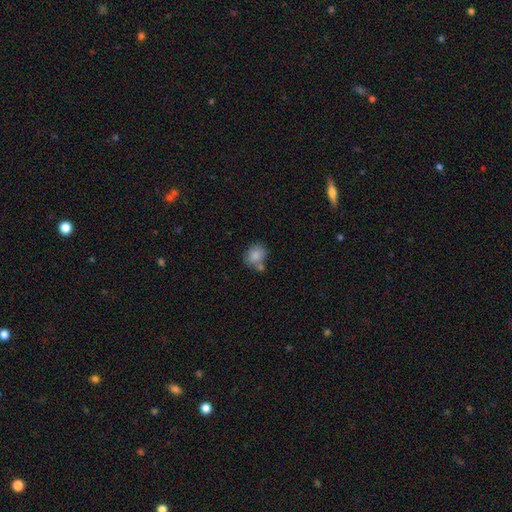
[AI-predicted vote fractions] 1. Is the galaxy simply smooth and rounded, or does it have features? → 82% smooth, 10% featured or disk, 8% star or artifact.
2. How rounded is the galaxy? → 56% round, 43% in between, 1% cigar-shaped.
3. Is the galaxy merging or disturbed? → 52% none, 26% merger, 17% minor disturbance, 5% major disturbance.